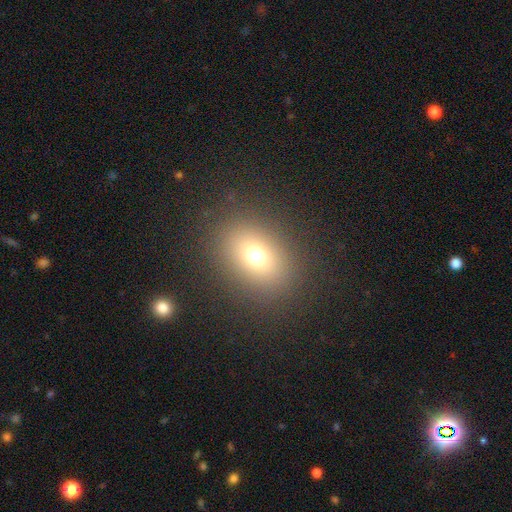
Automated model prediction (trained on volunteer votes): The model was most divided on "how rounded": in between: 55%, round: 44%, cigar-shaped: 1%. More confident: merging — none (86%); smooth or featured — smooth (71%).